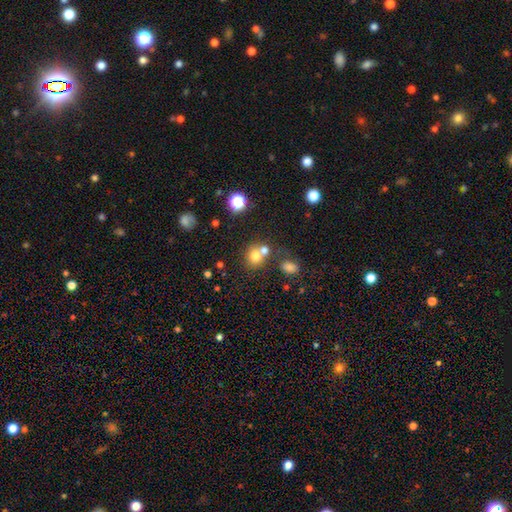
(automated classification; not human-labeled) Morphology: type=smooth (73%); roundness=round (76%); merging=none (50%).